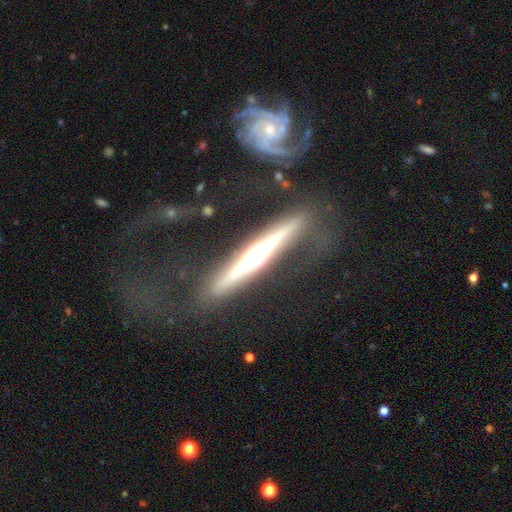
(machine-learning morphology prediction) Smooth or featured? Predicted: featured or disk (p=0.80). Edge-on disk? Predicted: yes (p=0.96). Edge-on bulge? Predicted: rounded (p=0.79). Merging? Predicted: none (p=0.77).